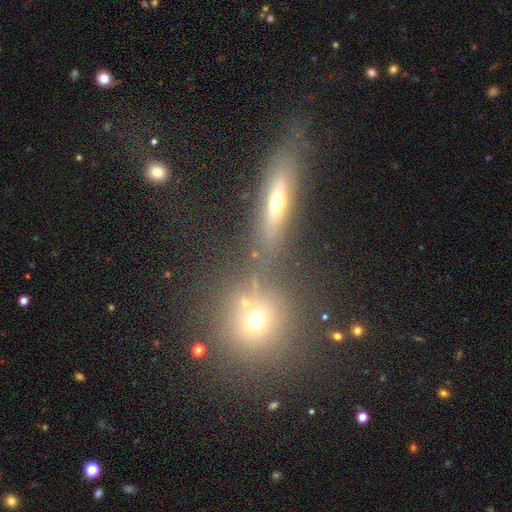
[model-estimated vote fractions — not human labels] Morphology: type=smooth (40%); merging=none (61%).